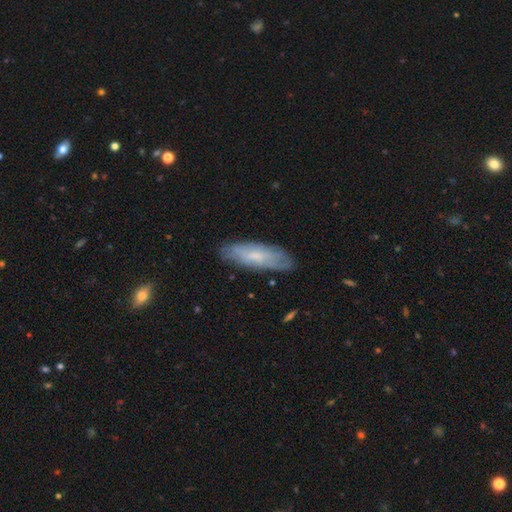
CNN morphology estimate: smooth-or-featured: smooth: 53% | featured or disk: 40% | star or artifact: 7%
  how-rounded: in between: 52% | cigar-shaped: 47% | round: 2%
  merging: none: 79% | minor disturbance: 16% | major disturbance: 3% | merger: 1%